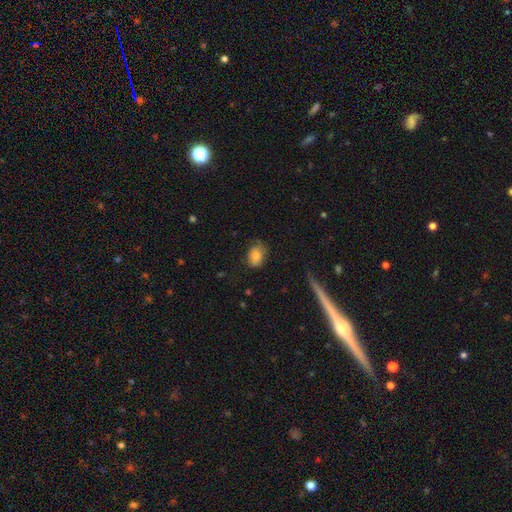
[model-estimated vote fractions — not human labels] Smooth or featured?
  - smooth: 78% *
  - featured or disk: 14%
  - star or artifact: 8%
How rounded?
  - in between: 71% *
  - round: 28%
  - cigar-shaped: 1%
Merging?
  - none: 65% *
  - minor disturbance: 26%
  - major disturbance: 8%
  - merger: 2%